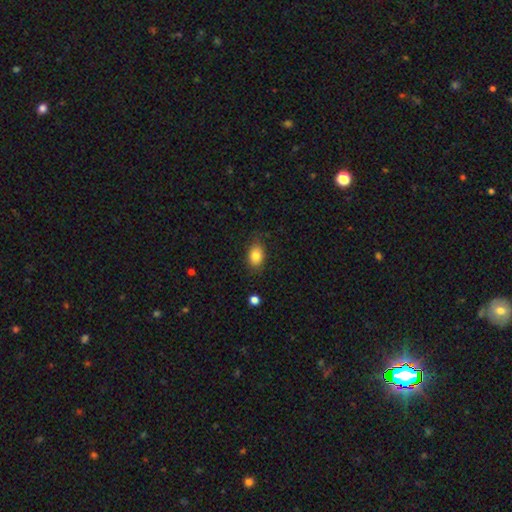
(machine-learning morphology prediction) Smooth or featured? smooth (83%)
How rounded? in between (79%)
Merging? none (81%)